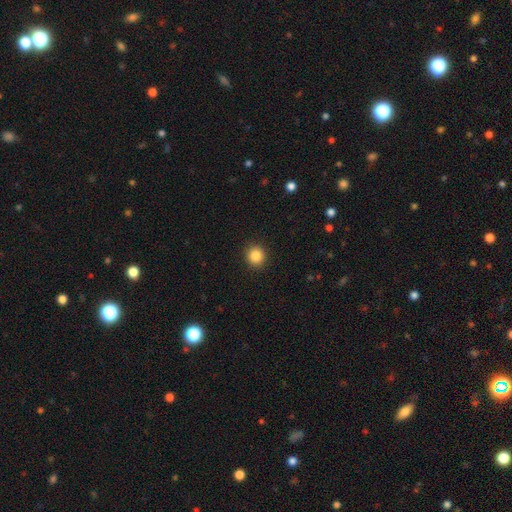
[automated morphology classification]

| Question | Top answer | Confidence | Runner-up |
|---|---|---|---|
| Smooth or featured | smooth | 86% | star or artifact (10%) |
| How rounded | round | 92% | in between (8%) |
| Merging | none | 93% | minor disturbance (5%) |